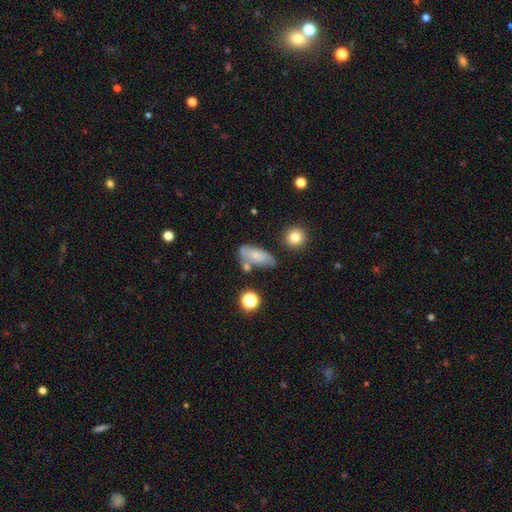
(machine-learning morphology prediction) Smooth or featured? Predicted: smooth (p=0.58). How rounded? Predicted: in between (p=0.82). Merging? Predicted: none (p=0.44).